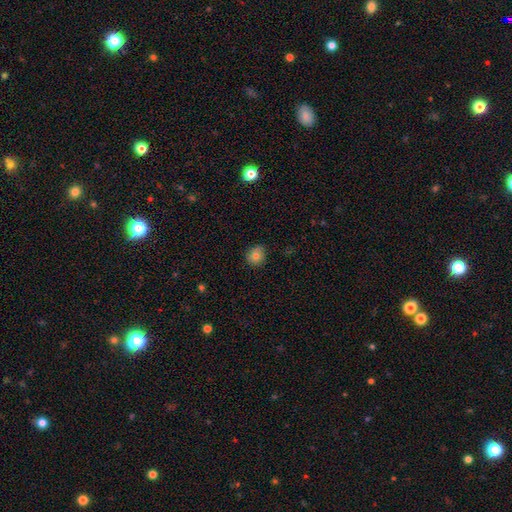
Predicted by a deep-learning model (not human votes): smooth 78%, star or artifact 11%, featured or disk 11%. Down the decision tree: how rounded — round (81%); merging — none (84%).